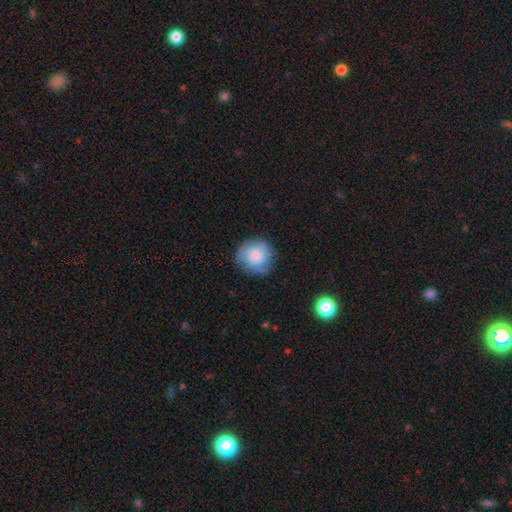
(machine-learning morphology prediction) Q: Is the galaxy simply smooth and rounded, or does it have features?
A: smooth — 66%.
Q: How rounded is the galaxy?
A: round — 88%.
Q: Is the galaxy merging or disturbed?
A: none — 70%.